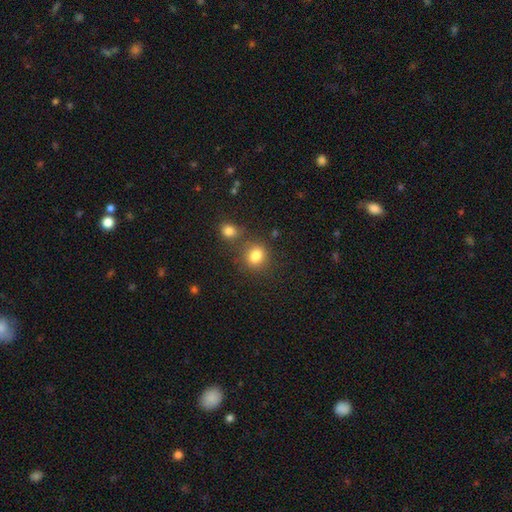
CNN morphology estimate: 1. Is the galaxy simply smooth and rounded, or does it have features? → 83% smooth, 12% star or artifact, 6% featured or disk.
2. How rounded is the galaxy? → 69% round, 30% in between, 1% cigar-shaped.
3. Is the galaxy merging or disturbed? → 69% none, 16% merger, 11% minor disturbance, 4% major disturbance.